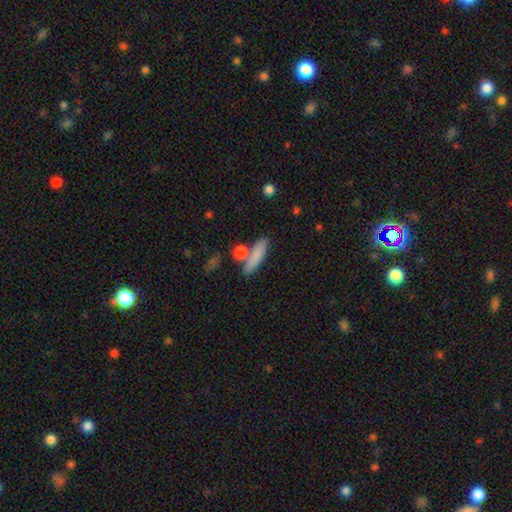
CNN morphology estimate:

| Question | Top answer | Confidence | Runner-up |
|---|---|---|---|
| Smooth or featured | smooth | 80% | featured or disk (13%) |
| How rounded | cigar-shaped | 64% | in between (29%) |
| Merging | none | 69% | merger (15%) |